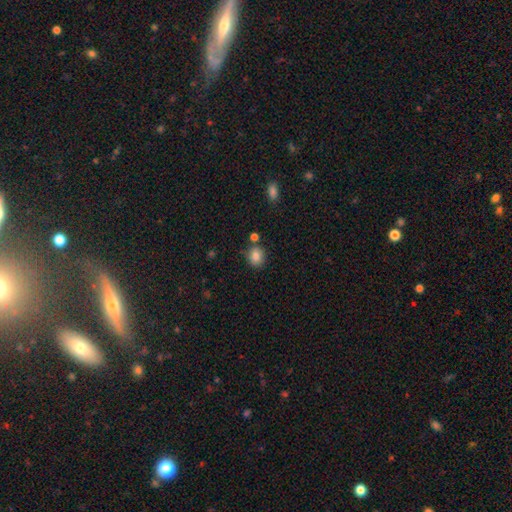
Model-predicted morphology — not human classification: smooth_or_featured: smooth (p=0.84) [alt: star or artifact p=0.10]
how_rounded: round (p=0.68) [alt: in between p=0.31]
merging: none (p=0.76) [alt: minor disturbance p=0.12]